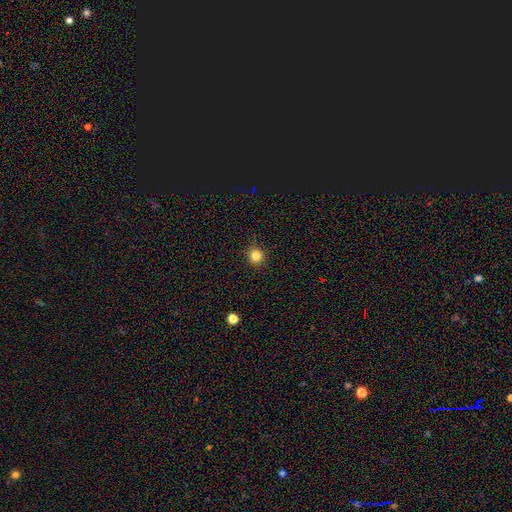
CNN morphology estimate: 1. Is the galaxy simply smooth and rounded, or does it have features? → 84% smooth, 12% star or artifact, 4% featured or disk.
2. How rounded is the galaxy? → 93% round, 6% in between, 1% cigar-shaped.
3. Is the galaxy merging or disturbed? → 92% none, 6% minor disturbance, 2% major disturbance, 1% merger.